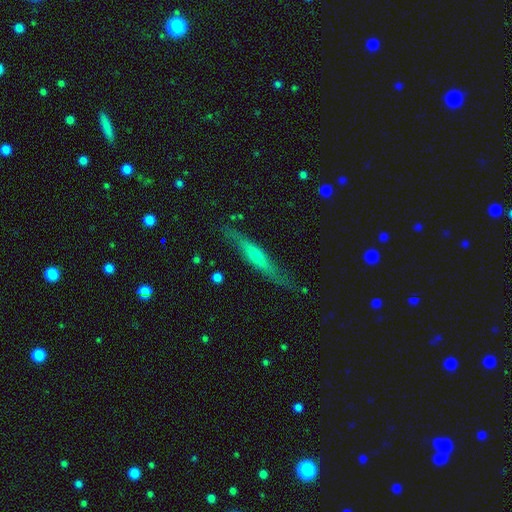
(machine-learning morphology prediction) featured or disk 62%, smooth 31%, star or artifact 7%. Down the decision tree: edge-on disk — yes (83%); edge-on bulge — rounded (72%); merging — none (76%).